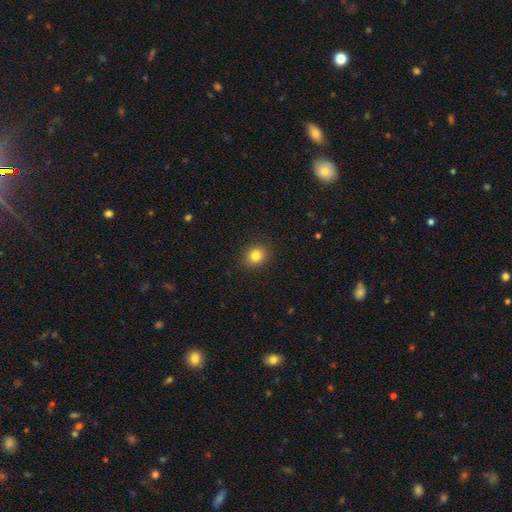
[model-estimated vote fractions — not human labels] Smooth or featured?
  - smooth: 81% *
  - star or artifact: 12%
  - featured or disk: 7%
How rounded?
  - round: 77% *
  - in between: 22%
  - cigar-shaped: 1%
Merging?
  - none: 91% *
  - minor disturbance: 6%
  - major disturbance: 2%
  - merger: 1%